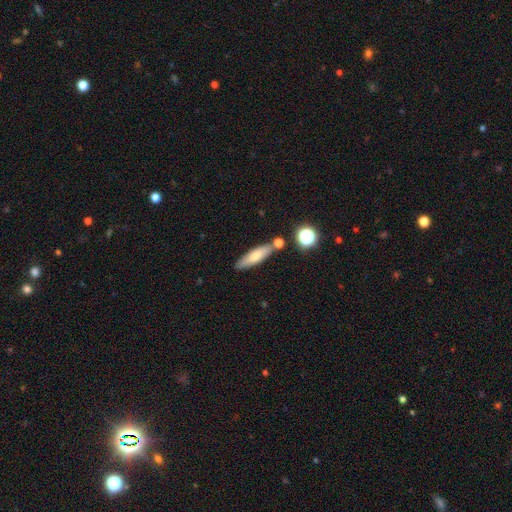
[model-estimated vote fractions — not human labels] This is likely a smooth galaxy (65%). How rounded: likely cigar-shaped (64%). Merging: likely none (75%).